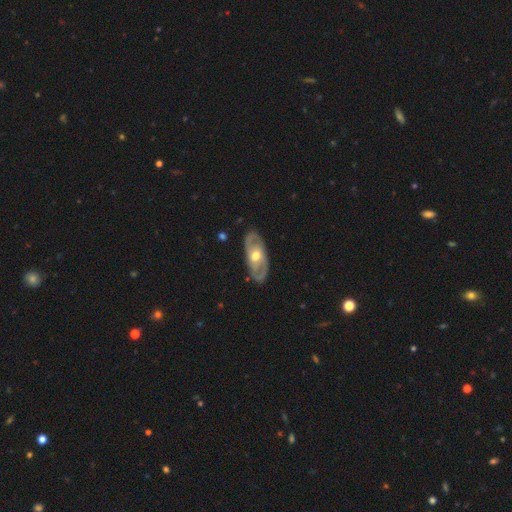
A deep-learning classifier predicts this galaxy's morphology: A featured or disk galaxy (74%) with no bar (66%), spiral arms (67%) and a moderate central bulge (76%). Merging: none (84%).